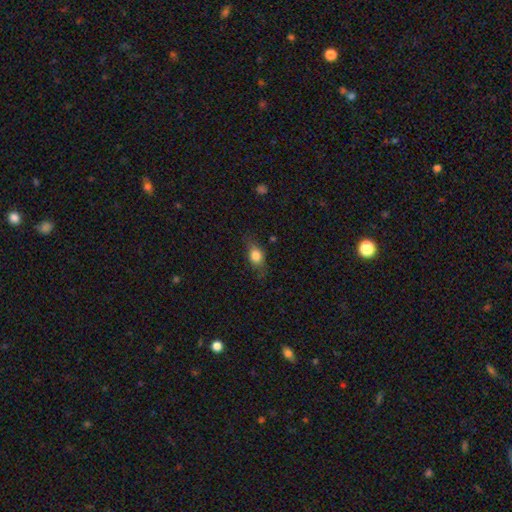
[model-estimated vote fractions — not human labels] Smooth or featured? Predicted: smooth (p=0.77). How rounded? Predicted: in between (p=0.69). Merging? Predicted: none (p=0.72).